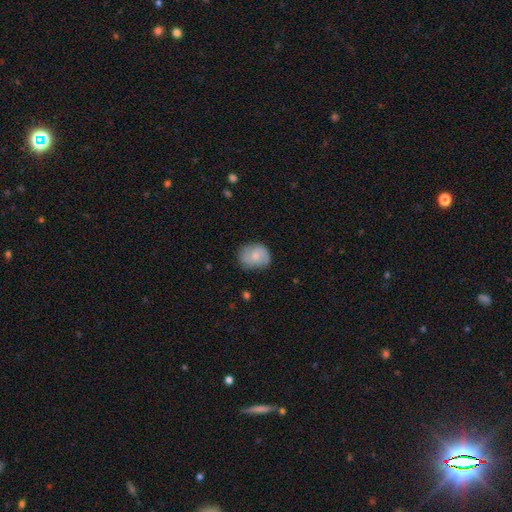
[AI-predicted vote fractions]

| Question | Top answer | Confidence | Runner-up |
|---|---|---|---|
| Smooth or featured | smooth | 64% | featured or disk (29%) |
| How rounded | round | 58% | in between (41%) |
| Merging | none | 73% | minor disturbance (21%) |